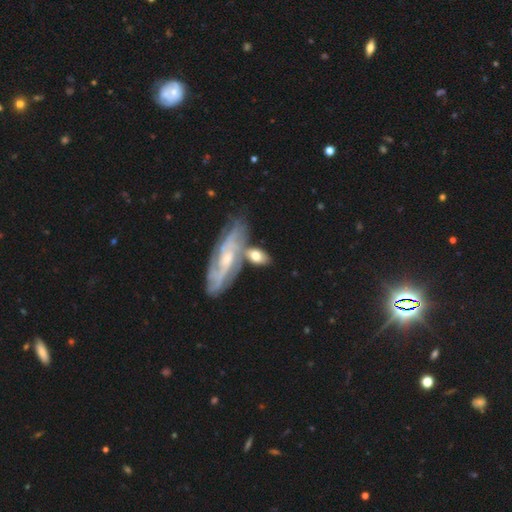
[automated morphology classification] smooth_or_featured: smooth (p=0.50) [alt: featured or disk p=0.43]
how_rounded: in between (p=0.83) [alt: round p=0.10]
merging: none (p=0.46) [alt: merger p=0.32]